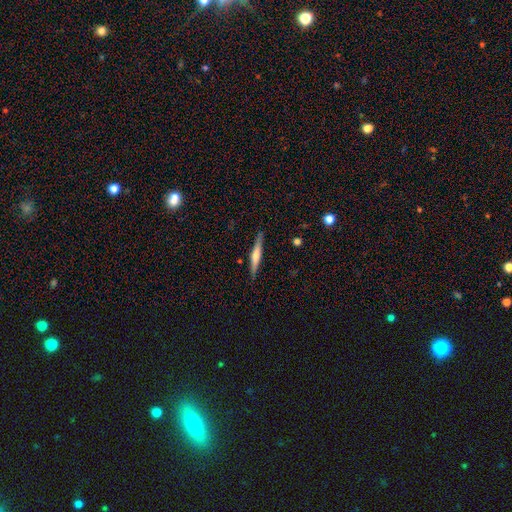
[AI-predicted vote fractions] Q: Smooth or featured?
A: featured or disk (56%); runner-up: smooth (38%)
Q: Edge-on disk?
A: yes (97%); runner-up: no (3%)
Q: Edge-on bulge?
A: rounded (71%); runner-up: none (16%)
Q: Merging?
A: none (88%); runner-up: minor disturbance (9%)